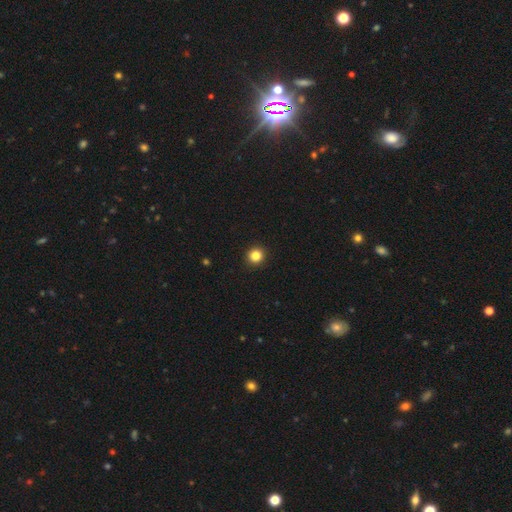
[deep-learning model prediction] Smooth or featured?
  - smooth: 84% *
  - star or artifact: 12%
  - featured or disk: 4%
How rounded?
  - round: 93% *
  - in between: 6%
  - cigar-shaped: 1%
Merging?
  - none: 94% *
  - minor disturbance: 4%
  - major disturbance: 1%
  - merger: 1%